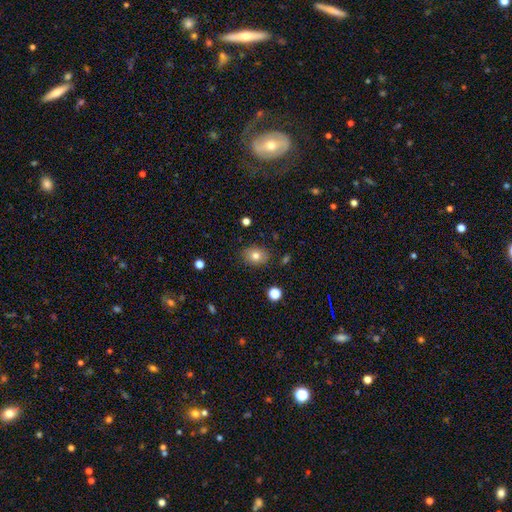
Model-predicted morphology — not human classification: The model was most divided on "how rounded": in between: 62%, round: 37%, cigar-shaped: 1%. More confident: merging — none (85%); smooth or featured — smooth (78%).